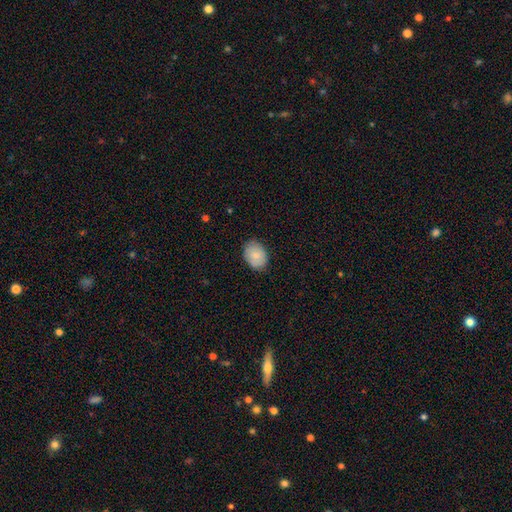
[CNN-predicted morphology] smooth_or_featured: smooth (p=0.76) [alt: featured or disk p=0.17]
how_rounded: in between (p=0.71) [alt: round p=0.28]
merging: none (p=0.81) [alt: minor disturbance p=0.15]